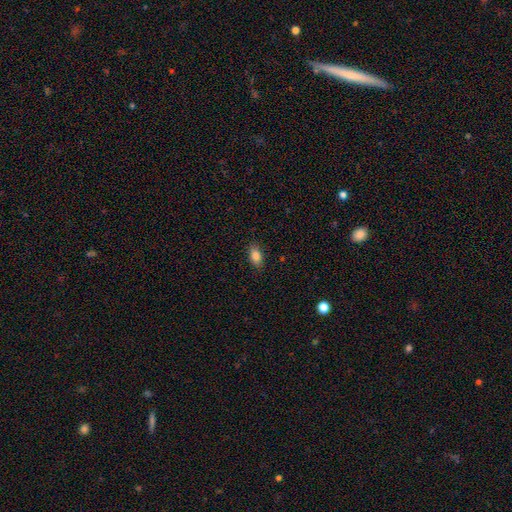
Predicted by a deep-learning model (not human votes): Smooth or featured? smooth (86%)
How rounded? in between (90%)
Merging? none (87%)